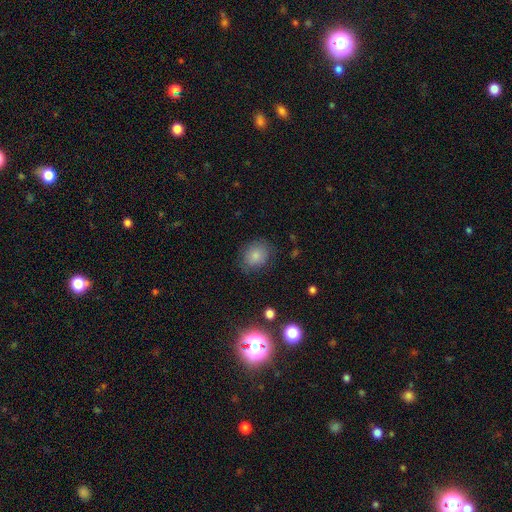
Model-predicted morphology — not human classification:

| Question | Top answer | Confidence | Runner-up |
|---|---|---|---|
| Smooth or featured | smooth | 83% | star or artifact (9%) |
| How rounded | round | 60% | in between (39%) |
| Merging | none | 76% | minor disturbance (17%) |